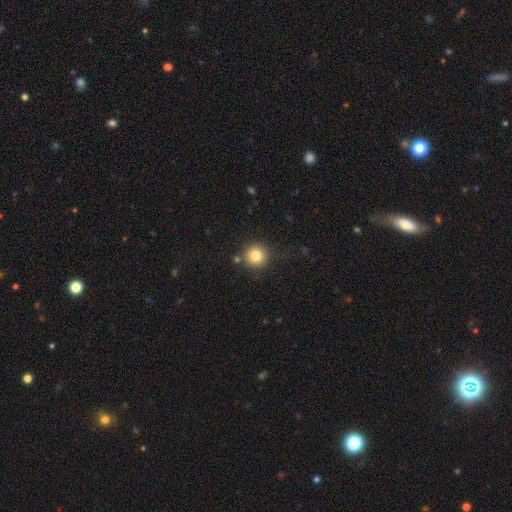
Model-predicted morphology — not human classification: A smooth galaxy with no disk features (82%) that is round (94%).

Vote fractions:
- Smooth or featured? smooth: 82% / star or artifact: 11% / featured or disk: 7%
- How rounded? round: 94% / in between: 5% / cigar-shaped: 1%
- Merging? none: 83% / minor disturbance: 9% / merger: 5% / major disturbance: 3%